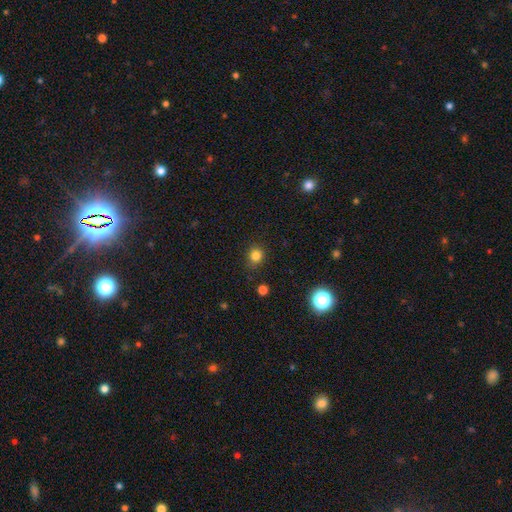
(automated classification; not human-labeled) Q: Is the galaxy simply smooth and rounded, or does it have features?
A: smooth — 81%.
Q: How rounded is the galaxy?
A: round — 82%.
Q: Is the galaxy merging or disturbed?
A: none — 87%.